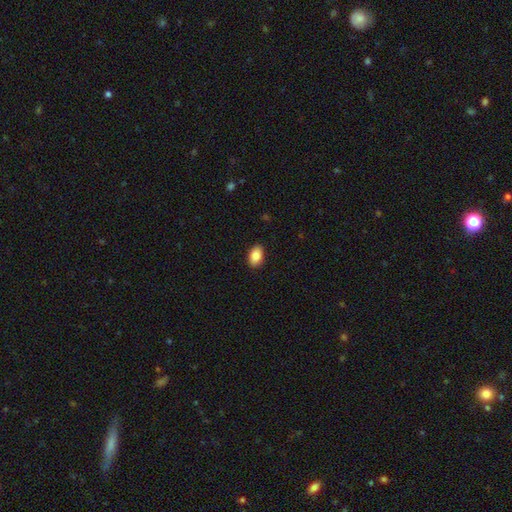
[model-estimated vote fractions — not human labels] The model was most divided on "how rounded": in between: 89%, round: 10%, cigar-shaped: 1%. More confident: merging — none (88%); smooth or featured — smooth (86%).